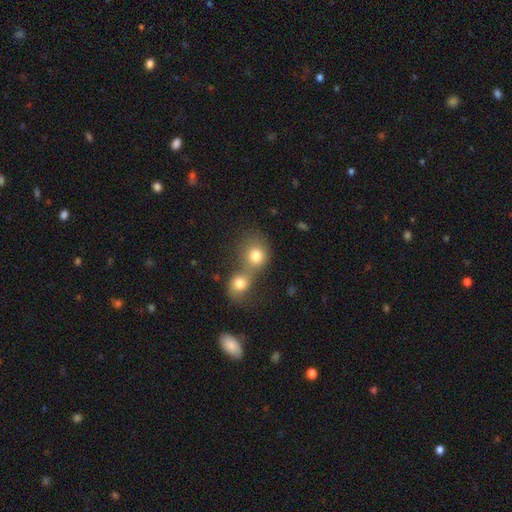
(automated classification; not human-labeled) Smooth or featured: smooth — 77% (featured or disk — 12%)
How rounded: round — 77% (in between — 22%)
Merging: merger — 66% (none — 25%)